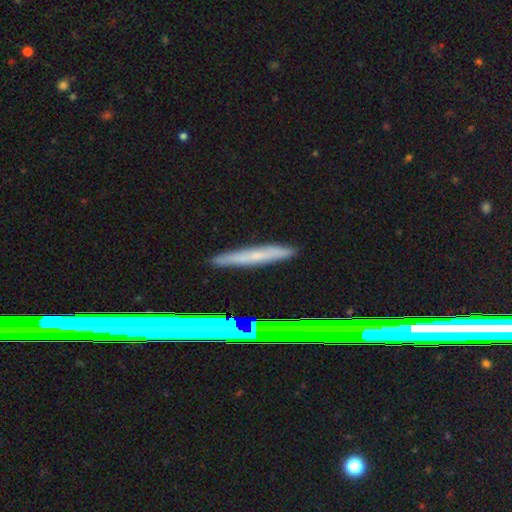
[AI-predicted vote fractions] Morphology: type=smooth (44%); merging=none (85%).